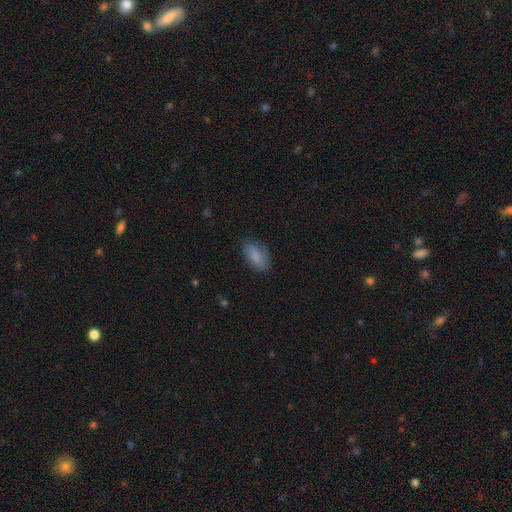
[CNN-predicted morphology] smooth 83%, featured or disk 10%, star or artifact 7%. Down the decision tree: how rounded — in between (89%); merging — none (78%).